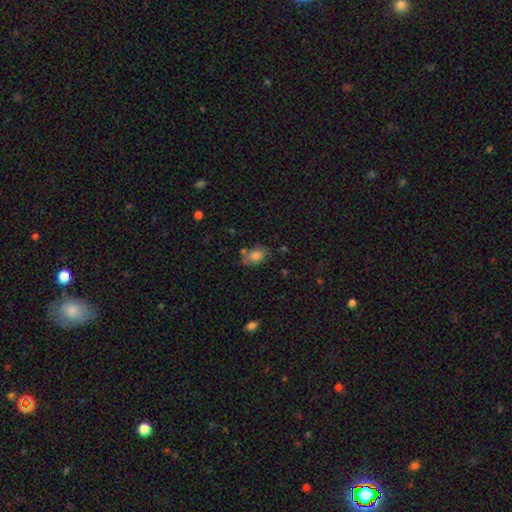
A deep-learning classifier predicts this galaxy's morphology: smooth 79%, featured or disk 11%, star or artifact 10%. Down the decision tree: how rounded — in between (76%); merging — none (58%).